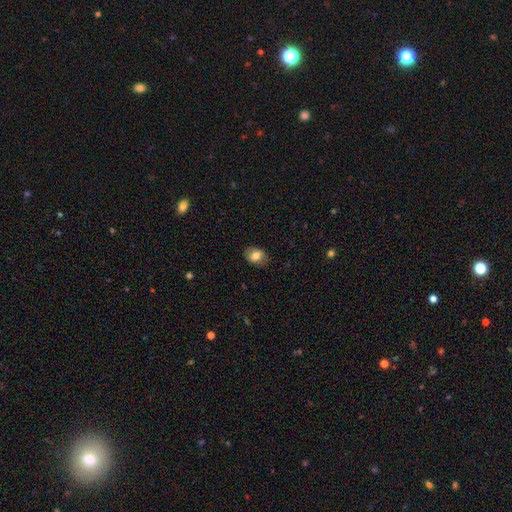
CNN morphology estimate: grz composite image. It shows a smooth galaxy with no disk features (77%) that is in between round and cigar-shaped (72%). Merging: none (81%).